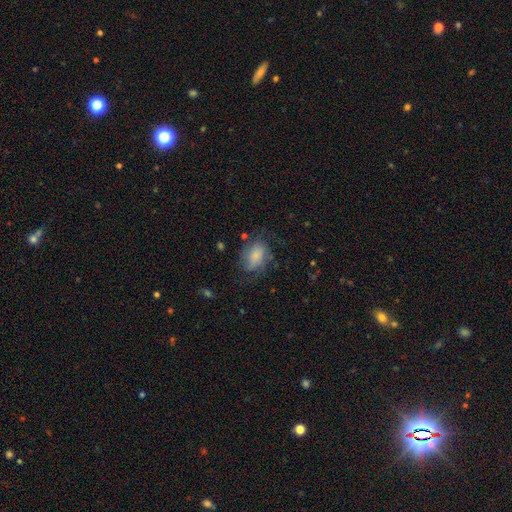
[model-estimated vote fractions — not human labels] Overall: smooth (64%; featured or disk 28%). How rounded: in between (78%). Merging: none (55%; minor disturbance 26%).